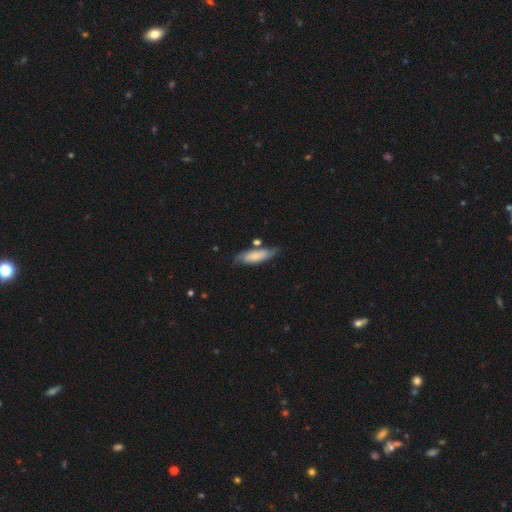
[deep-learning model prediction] This is likely a smooth galaxy (63%). How rounded: possibly in between (54%). Merging: likely none (61%).